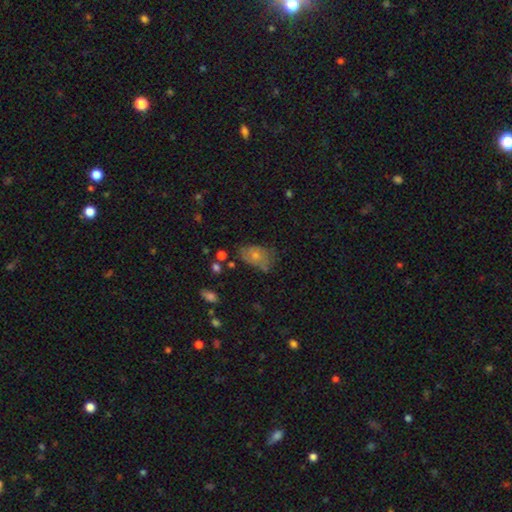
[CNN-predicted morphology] Smooth or featured: smooth — 65% (featured or disk — 26%)
How rounded: in between — 86% (round — 12%)
Merging: none — 49% (minor disturbance — 32%)